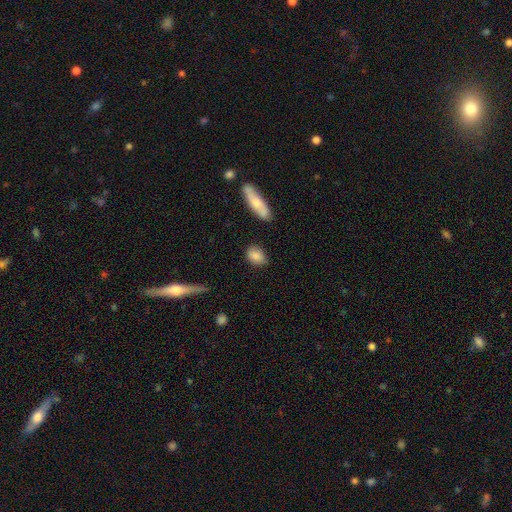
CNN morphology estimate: smooth-or-featured: smooth: 86% | star or artifact: 7% | featured or disk: 7%
  how-rounded: in between: 70% | round: 27% | cigar-shaped: 3%
  merging: none: 81% | minor disturbance: 14% | major disturbance: 3% | merger: 3%